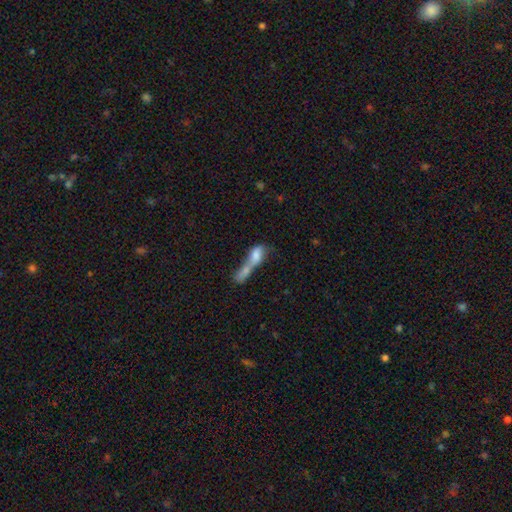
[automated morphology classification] type=smooth (66%); roundness=in between (58%); merging=merger (75%).